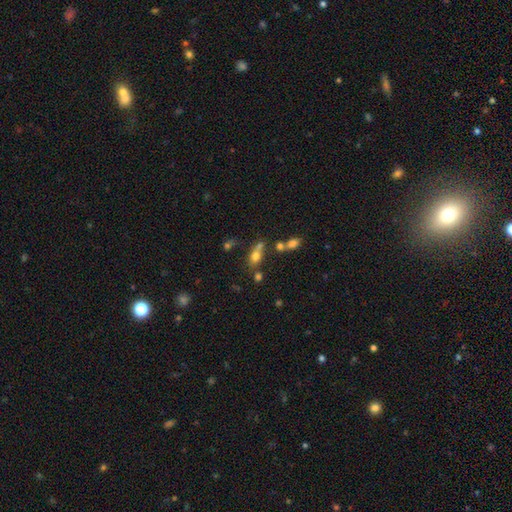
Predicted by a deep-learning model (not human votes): Q: Smooth or featured?
A: smooth (70%); runner-up: star or artifact (16%)
Q: How rounded?
A: in between (63%); runner-up: round (32%)
Q: Merging?
A: none (43%); runner-up: merger (36%)